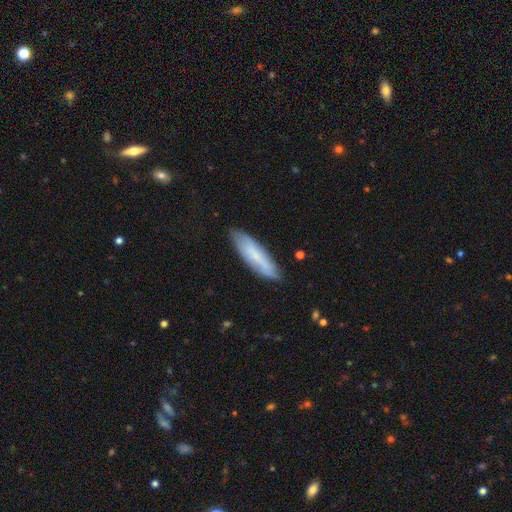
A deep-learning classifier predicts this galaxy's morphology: Smooth or featured: smooth — 66% (featured or disk — 27%)
How rounded: cigar-shaped — 65% (in between — 33%)
Merging: none — 81% (minor disturbance — 15%)